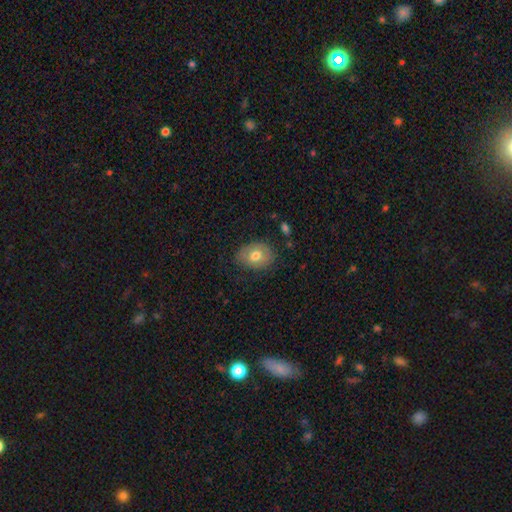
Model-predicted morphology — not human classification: smooth_or_featured: smooth (p=0.70) [alt: featured or disk p=0.22]
how_rounded: in between (p=0.65) [alt: round p=0.34]
merging: none (p=0.75) [alt: minor disturbance p=0.19]